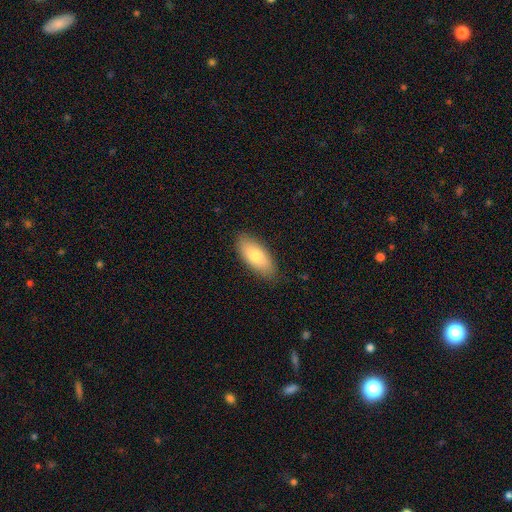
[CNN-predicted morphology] Smooth or featured? smooth (77%)
How rounded? in between (84%)
Merging? none (86%)